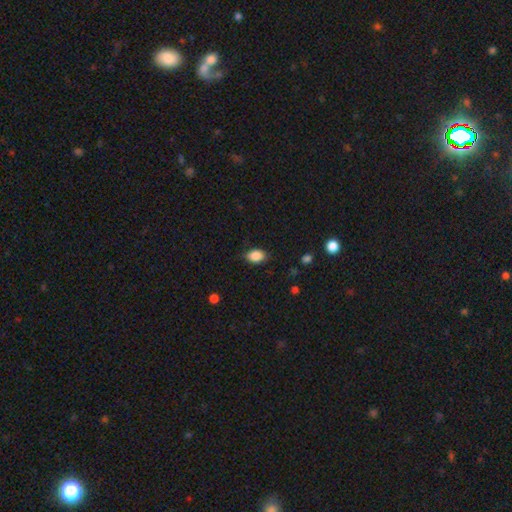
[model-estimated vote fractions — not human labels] Overall: smooth (87%). How rounded: in between (84%). Merging: none (79%).